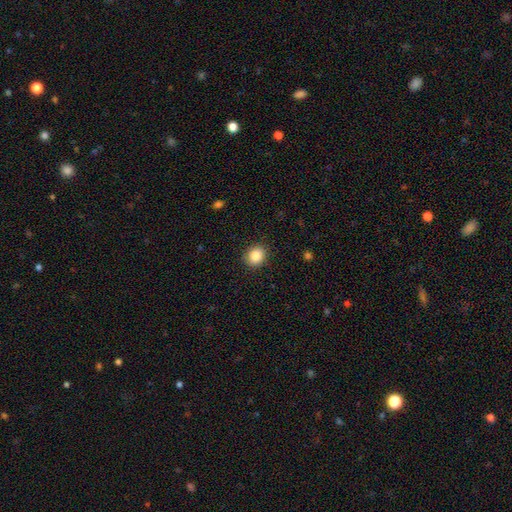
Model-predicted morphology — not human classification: smooth 86%, star or artifact 9%, featured or disk 5%. Down the decision tree: how rounded — round (72%); merging — none (90%).